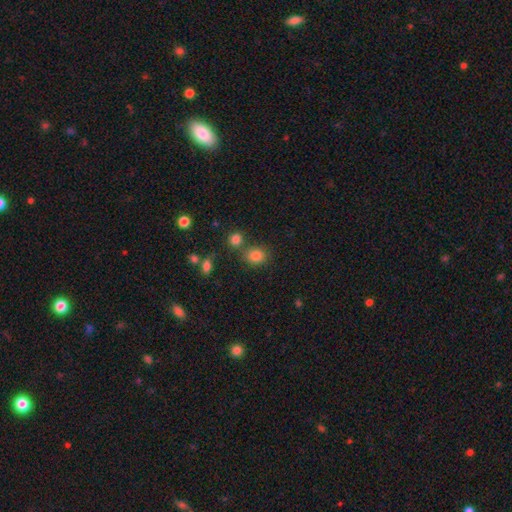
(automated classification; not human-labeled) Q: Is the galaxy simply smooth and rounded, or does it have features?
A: smooth — 82%.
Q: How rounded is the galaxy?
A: round — 65%.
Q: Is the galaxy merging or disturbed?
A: none — 67%.